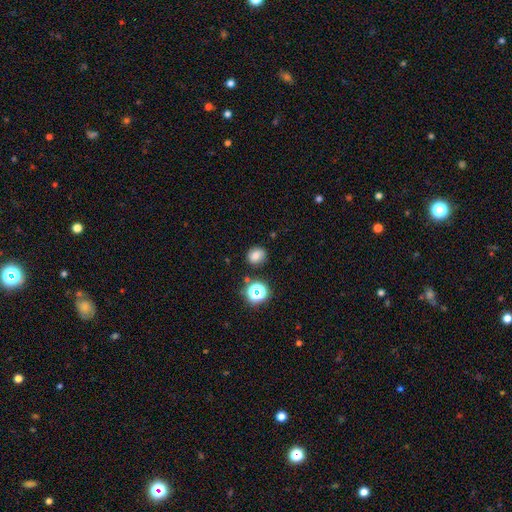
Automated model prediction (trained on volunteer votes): Smooth or featured?
  - smooth: 74% *
  - star or artifact: 17%
  - featured or disk: 9%
How rounded?
  - round: 66% *
  - in between: 33%
  - cigar-shaped: 1%
Merging?
  - none: 81% *
  - minor disturbance: 12%
  - merger: 4%
  - major disturbance: 3%